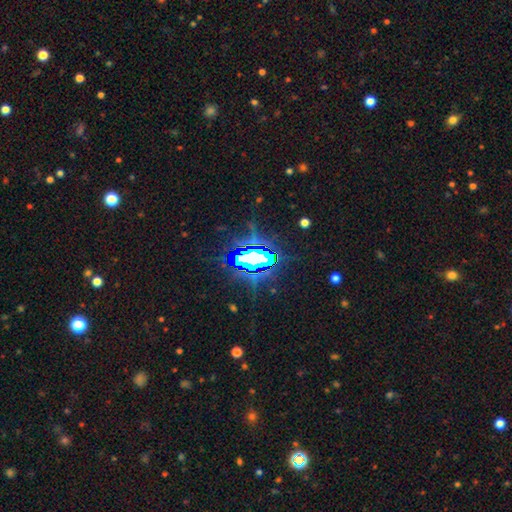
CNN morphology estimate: smooth_or_featured: star or artifact (p=0.78) [alt: featured or disk p=0.12]